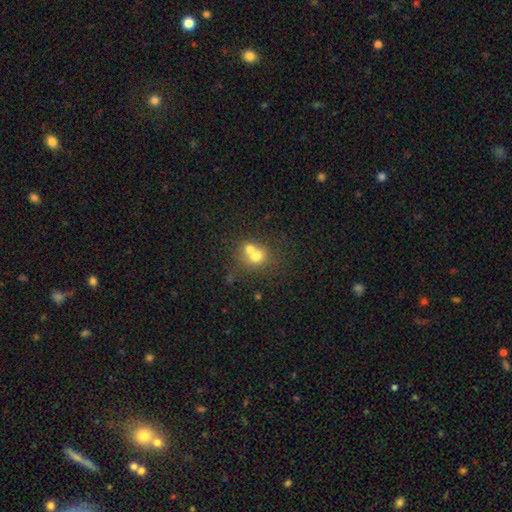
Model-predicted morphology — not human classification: The model was most divided on "merging": merger: 59%, none: 31%, minor disturbance: 6%, major disturbance: 3%. More confident: how rounded — round (76%); smooth or featured — smooth (68%).